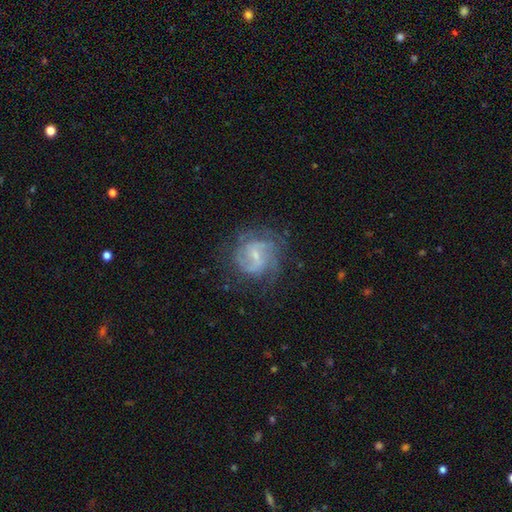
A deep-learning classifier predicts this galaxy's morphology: The model was most divided on "spiral winding": medium: 45%, tight: 36%, loose: 19%. Remaining: edge-on disk — no (98%); spiral arms — yes (92%); smooth or featured — featured or disk (80%); merging — none (68%); bulge size — small (68%); bar — weak (58%); spiral arm count — 2 (44%).